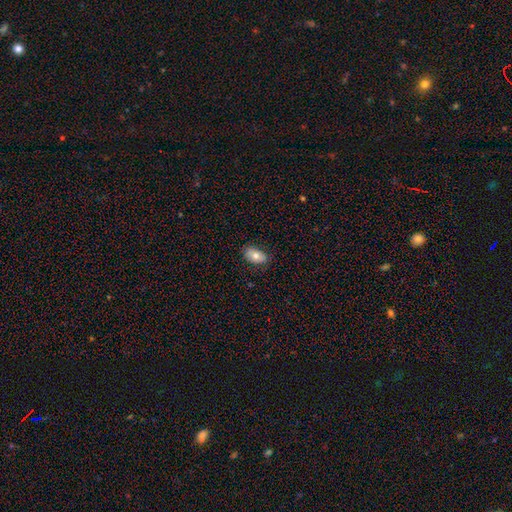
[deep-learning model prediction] A smooth galaxy with no disk features (77%) that is in between round and cigar-shaped (92%). Merging: none (82%).